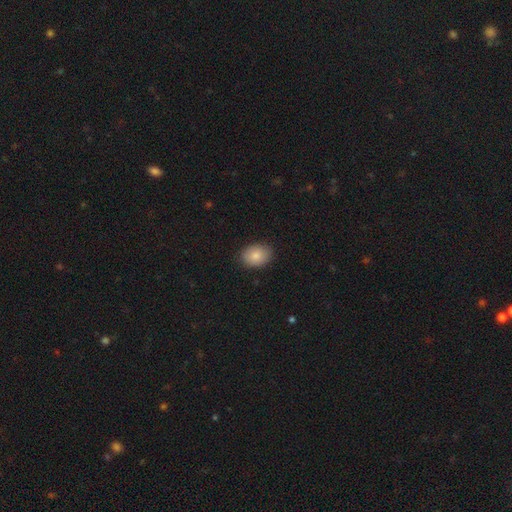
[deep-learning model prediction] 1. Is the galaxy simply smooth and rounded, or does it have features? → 84% smooth, 8% featured or disk, 7% star or artifact.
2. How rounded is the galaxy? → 74% in between, 26% round, 1% cigar-shaped.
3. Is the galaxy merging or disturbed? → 86% none, 11% minor disturbance, 2% major disturbance, 1% merger.